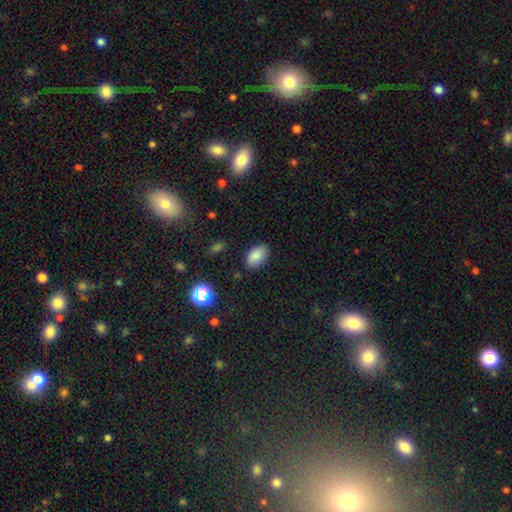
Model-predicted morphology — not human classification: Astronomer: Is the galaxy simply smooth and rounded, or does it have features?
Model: smooth — 83%.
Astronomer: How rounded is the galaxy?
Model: in between — 91%.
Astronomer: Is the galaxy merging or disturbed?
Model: none — 84%.